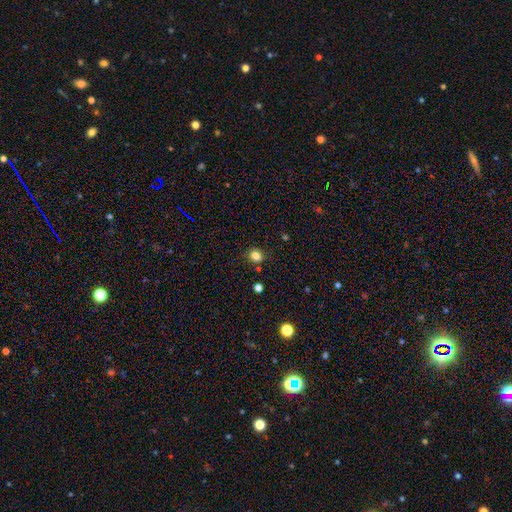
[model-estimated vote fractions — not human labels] Smooth or featured?
  - smooth: 82% *
  - star or artifact: 12%
  - featured or disk: 6%
How rounded?
  - round: 65% *
  - in between: 34%
  - cigar-shaped: 1%
Merging?
  - none: 82% *
  - minor disturbance: 12%
  - merger: 3%
  - major disturbance: 3%